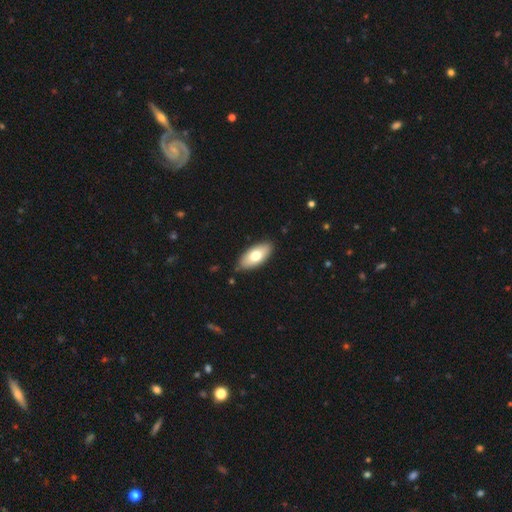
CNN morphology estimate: smooth-or-featured: smooth: 70% | featured or disk: 25% | star or artifact: 6%
  how-rounded: in between: 89% | cigar-shaped: 9% | round: 2%
  merging: none: 86% | minor disturbance: 11% | major disturbance: 2% | merger: 1%